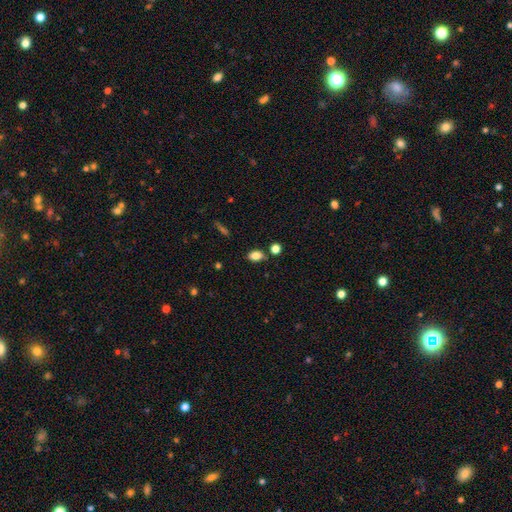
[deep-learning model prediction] Smooth or featured: smooth — 82% (star or artifact — 10%)
How rounded: in between — 82% (round — 16%)
Merging: none — 75% (minor disturbance — 14%)